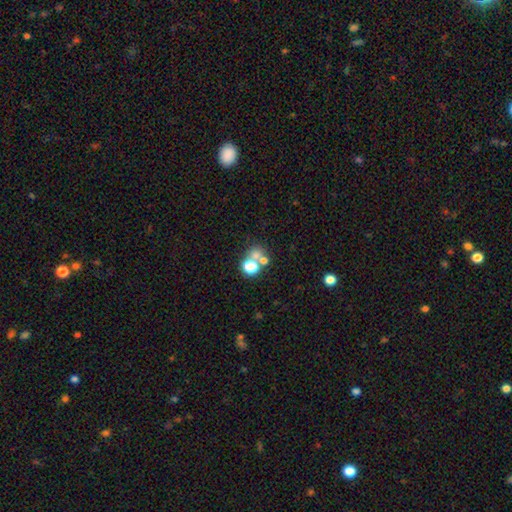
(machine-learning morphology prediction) smooth 60%, star or artifact 25%, featured or disk 15%. Down the decision tree: how rounded — round (78%); merging — none (46%).